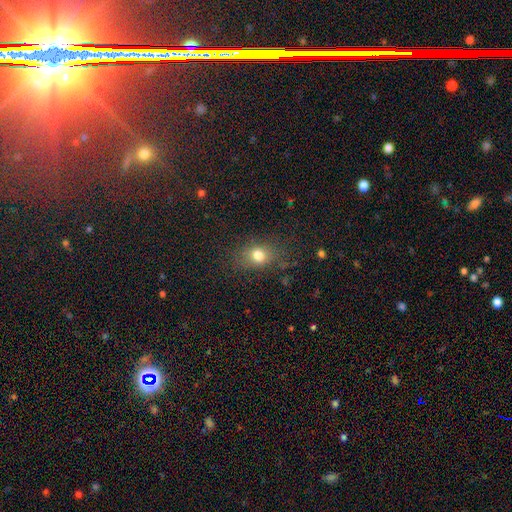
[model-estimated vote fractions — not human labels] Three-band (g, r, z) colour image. It shows a smooth galaxy with no disk features (69%) that is in between round and cigar-shaped (51%). Merging: none (81%).